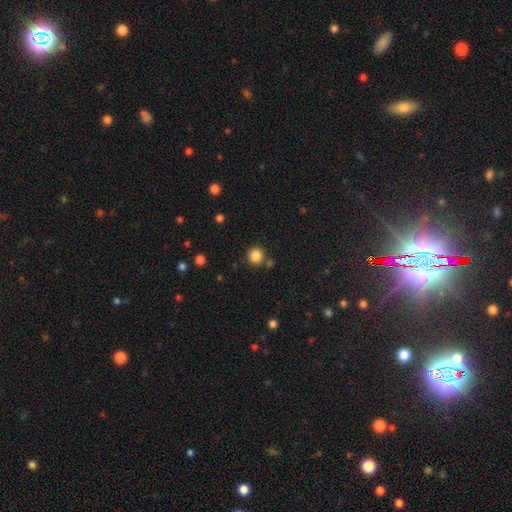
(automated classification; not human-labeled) Smooth or featured? smooth (85%)
How rounded? round (92%)
Merging? none (81%)